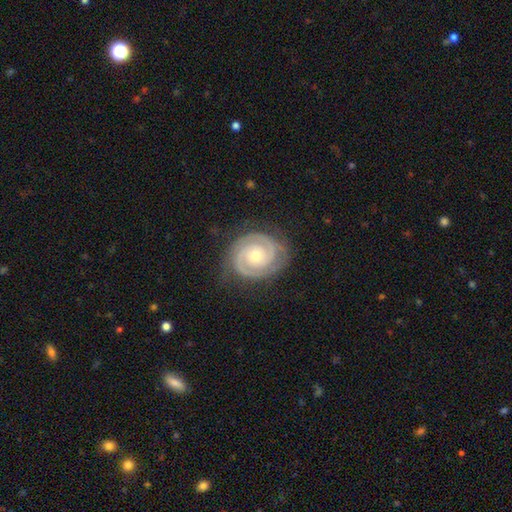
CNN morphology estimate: Overall: featured or disk (91%). Edge-on disk: no (98%). Bar: no (73%). Spiral arms: yes (98%). Spiral arm count: 2 (87%). Spiral winding: tight (79%). Bulge size: moderate (52%; small 44%). Merging: none (84%).